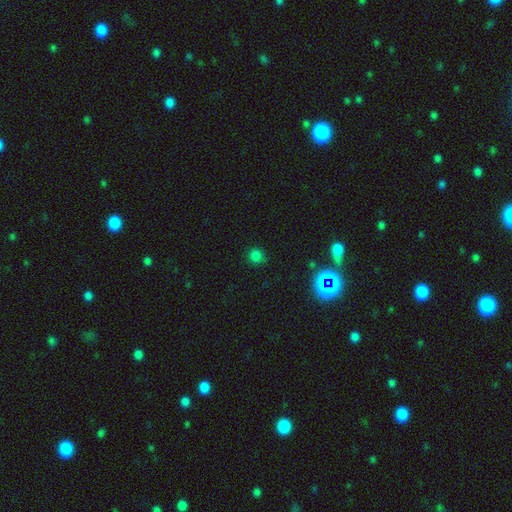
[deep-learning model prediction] Smooth or featured? smooth (75%)
How rounded? round (90%)
Merging? none (86%)